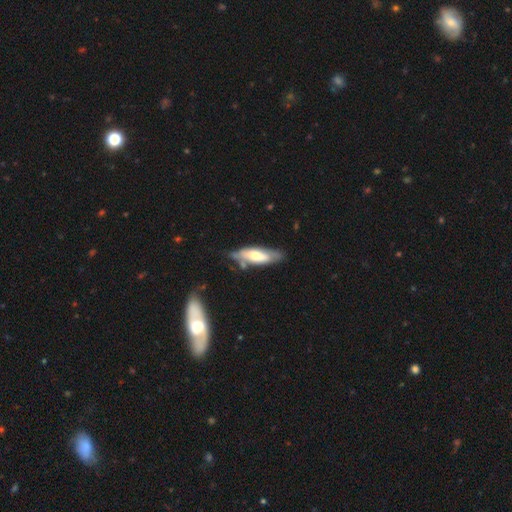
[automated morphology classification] smooth 51%, featured or disk 44%, star or artifact 5%. Down the decision tree: how rounded — in between (54%); merging — none (62%).